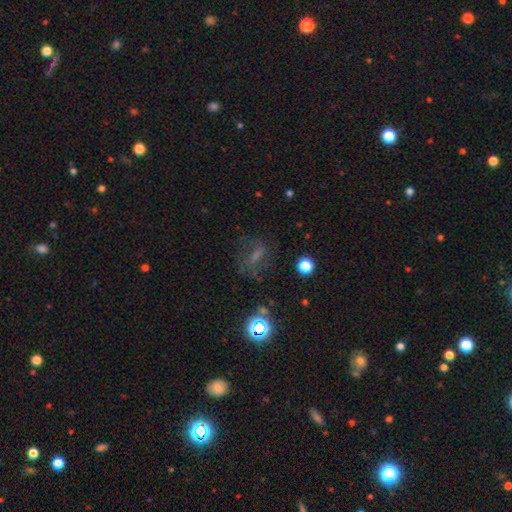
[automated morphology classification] This is marginally a smooth galaxy (34%). Merging: likely none (63%).